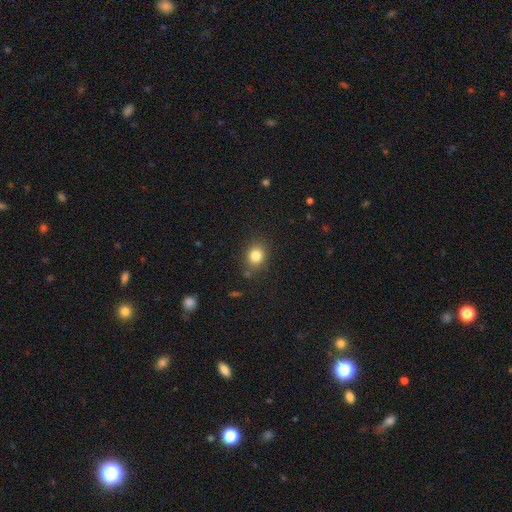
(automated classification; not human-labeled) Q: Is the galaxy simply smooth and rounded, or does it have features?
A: smooth — 82%.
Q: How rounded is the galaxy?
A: round — 67%.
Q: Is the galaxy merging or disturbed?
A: none — 83%.